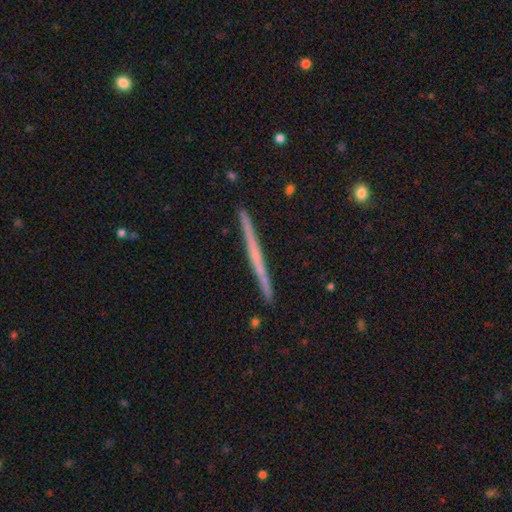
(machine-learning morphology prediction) This appears to be a featured or disk galaxy (59%) viewed edge-on (98%) with no central bulge (86%). Merging: none (93%).